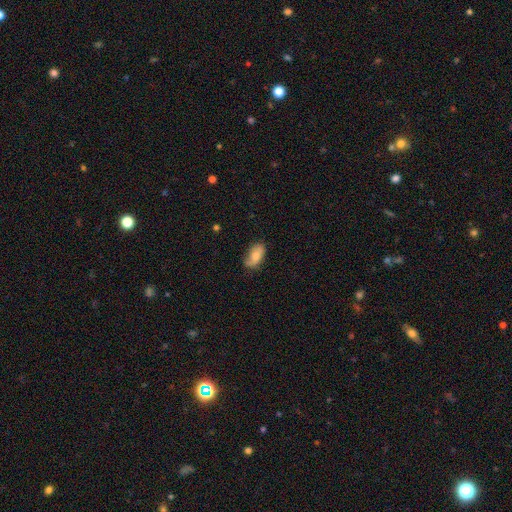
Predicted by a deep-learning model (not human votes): Morphology: type=smooth (71%); roundness=in between (92%); merging=none (63%).